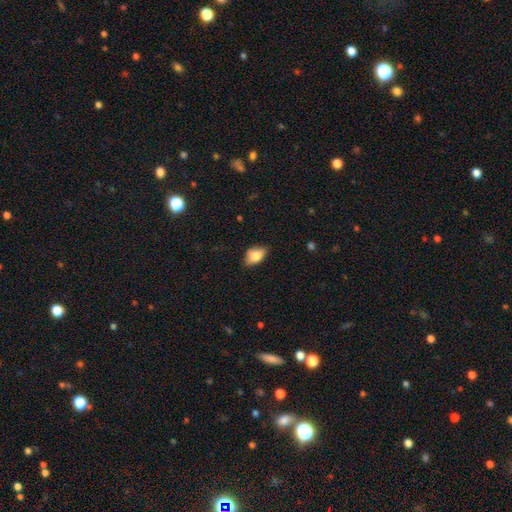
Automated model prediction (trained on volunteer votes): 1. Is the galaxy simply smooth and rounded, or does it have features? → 78% smooth, 14% featured or disk, 8% star or artifact.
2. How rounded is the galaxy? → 89% in between, 8% round, 3% cigar-shaped.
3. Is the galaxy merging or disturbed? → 71% none, 24% minor disturbance, 4% major disturbance, 2% merger.